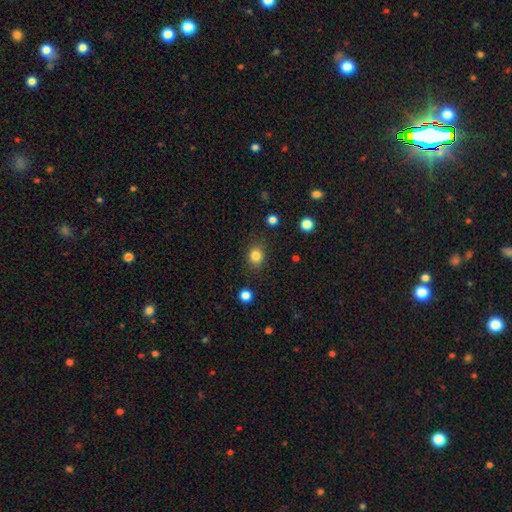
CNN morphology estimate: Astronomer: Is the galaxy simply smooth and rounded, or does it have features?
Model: smooth — 83%.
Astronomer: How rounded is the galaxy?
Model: round — 64%.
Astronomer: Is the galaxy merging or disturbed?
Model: none — 86%.